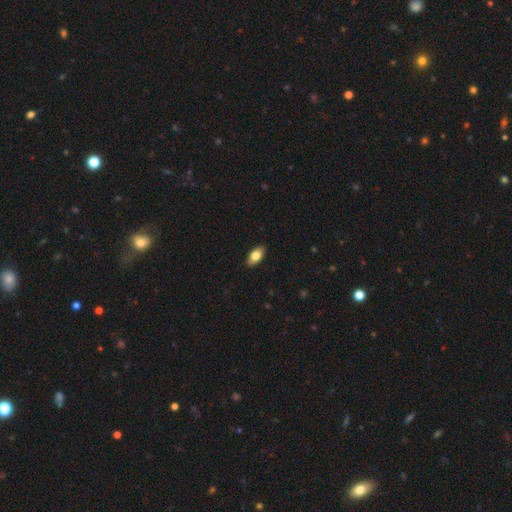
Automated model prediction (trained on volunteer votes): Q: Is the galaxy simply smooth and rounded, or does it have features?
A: smooth — 80%.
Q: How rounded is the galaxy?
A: in between — 91%.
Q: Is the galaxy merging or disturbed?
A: none — 90%.